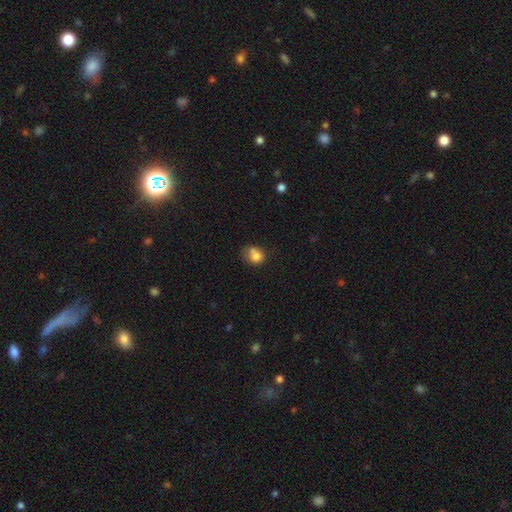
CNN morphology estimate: type=smooth (77%); roundness=round (64%); merging=none (39%).